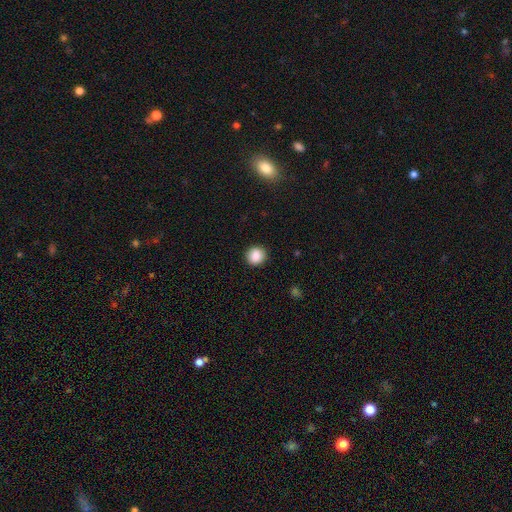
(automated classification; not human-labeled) This appears to be a smooth galaxy with no disk features (87%) that is round (91%). Merging: none (91%).